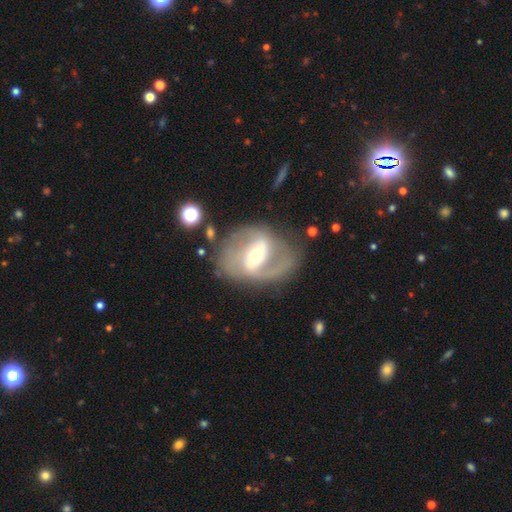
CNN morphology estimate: smooth-or-featured: featured or disk: 82% | smooth: 12% | star or artifact: 6%
  disk-edge-on: no: 96% | yes: 4%
    bar: strong: 53% | weak: 32% | no: 15%
    has-spiral-arms: yes: 83% | no: 17%
      spiral-winding: medium: 46% | loose: 33% | tight: 21%
      spiral-arm-count: 2: 82% | can't tell: 7% | 1: 6% | 3: 2% | 4: 1% | more than 4: 1%
    bulge-size: moderate: 51% | small: 39% | large: 8% | dominant: 2% | none: 1%
  merging: none: 66% | minor disturbance: 16% | major disturbance: 14% | merger: 4%